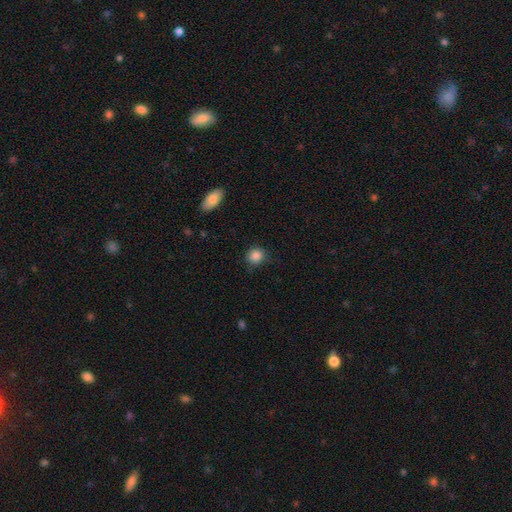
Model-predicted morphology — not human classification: A smooth galaxy with no disk features (87%) that is round (86%).

Vote fractions:
- Smooth or featured? smooth: 87% / star or artifact: 10% / featured or disk: 4%
- How rounded? round: 86% / in between: 13% / cigar-shaped: 1%
- Merging? none: 81% / minor disturbance: 14% / major disturbance: 3% / merger: 1%